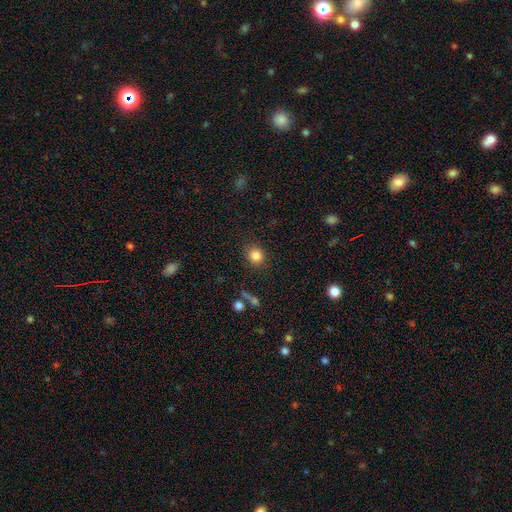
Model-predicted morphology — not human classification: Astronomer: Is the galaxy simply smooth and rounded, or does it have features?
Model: smooth — 84%.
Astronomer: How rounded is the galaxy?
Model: round — 83%.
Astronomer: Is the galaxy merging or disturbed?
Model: none — 84%.